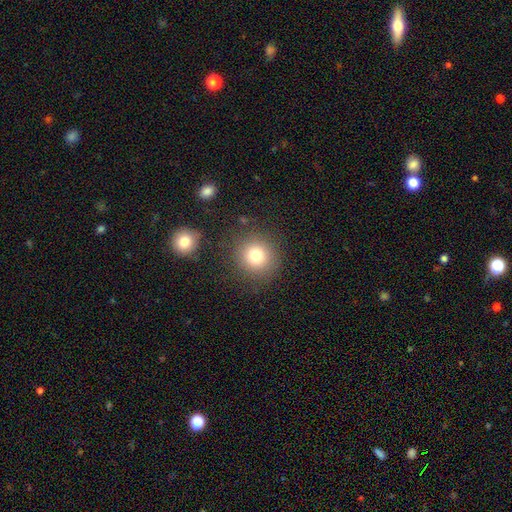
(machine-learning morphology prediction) Smooth or featured? Predicted: smooth (p=0.77). How rounded? Predicted: round (p=0.92). Merging? Predicted: none (p=0.85).